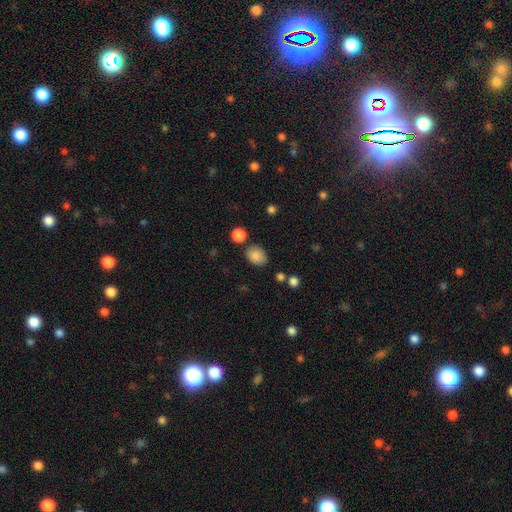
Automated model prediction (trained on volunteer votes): Morphology: type=smooth (85%); roundness=in between (60%); merging=none (72%).